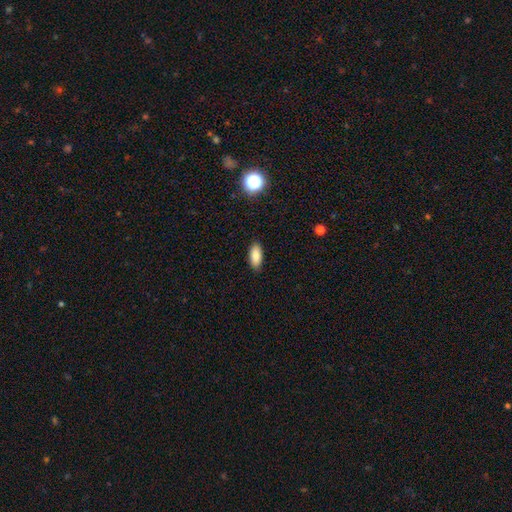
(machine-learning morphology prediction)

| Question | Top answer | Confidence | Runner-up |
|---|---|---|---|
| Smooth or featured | smooth | 85% | star or artifact (8%) |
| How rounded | in between | 83% | cigar-shaped (14%) |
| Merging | none | 89% | minor disturbance (9%) |